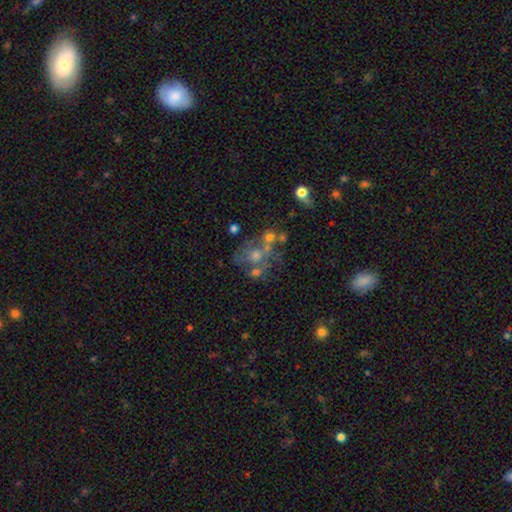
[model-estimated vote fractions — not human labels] Q: Smooth or featured?
A: featured or disk (43%); runner-up: smooth (37%)
Q: Merging?
A: none (38%); runner-up: merger (33%)